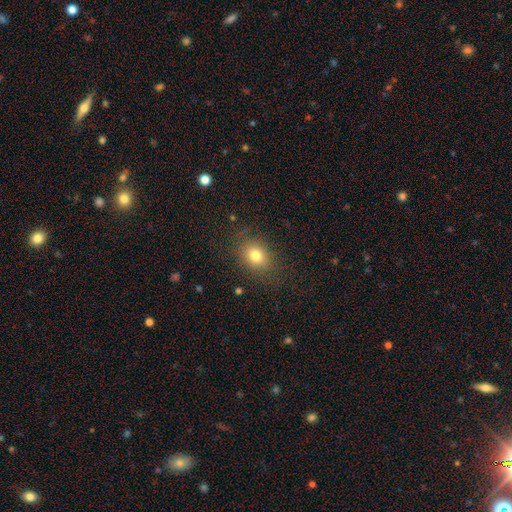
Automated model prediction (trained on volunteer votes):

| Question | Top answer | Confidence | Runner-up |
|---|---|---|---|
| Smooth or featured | smooth | 79% | star or artifact (12%) |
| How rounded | in between | 53% | round (46%) |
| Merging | none | 82% | minor disturbance (12%) |